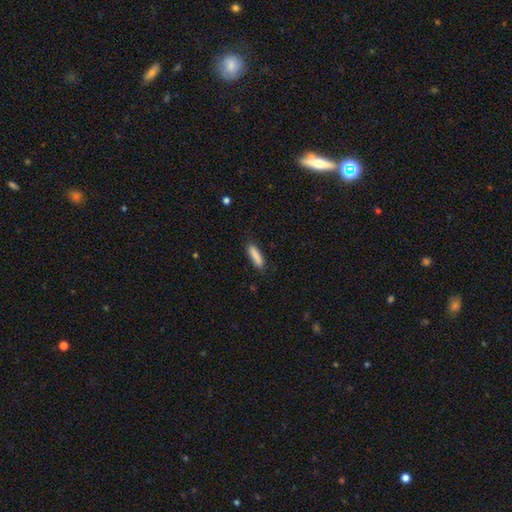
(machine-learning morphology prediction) Overall: smooth (87%). How rounded: cigar-shaped (68%; in between 30%). Merging: none (84%).